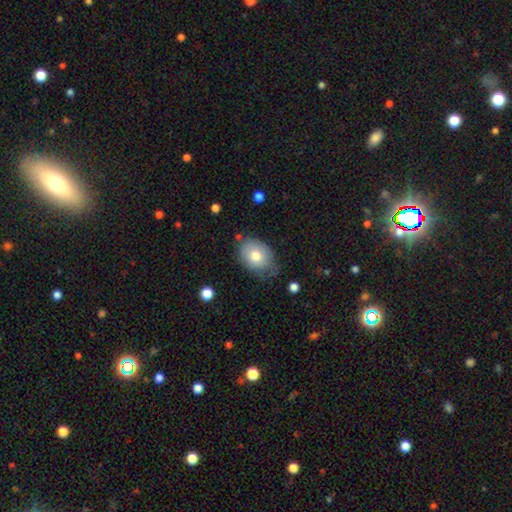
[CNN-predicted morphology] smooth 74%, featured or disk 17%, star or artifact 8%. Down the decision tree: how rounded — in between (68%); merging — none (63%).